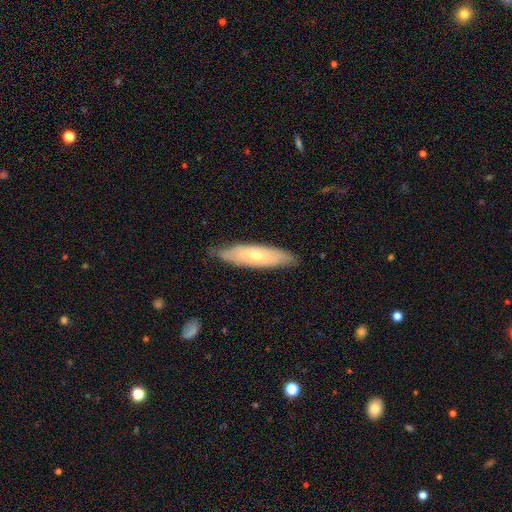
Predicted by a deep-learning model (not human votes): smooth-or-featured: featured or disk: 50% | smooth: 44% | star or artifact: 6%
  merging: none: 81% | minor disturbance: 16% | major disturbance: 3% | merger: 1%